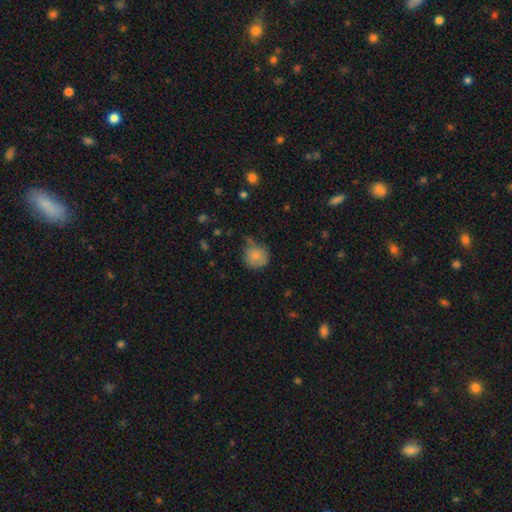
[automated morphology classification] Smooth or featured: smooth — 79% (featured or disk — 11%)
How rounded: round — 89% (in between — 10%)
Merging: none — 61% (minor disturbance — 26%)